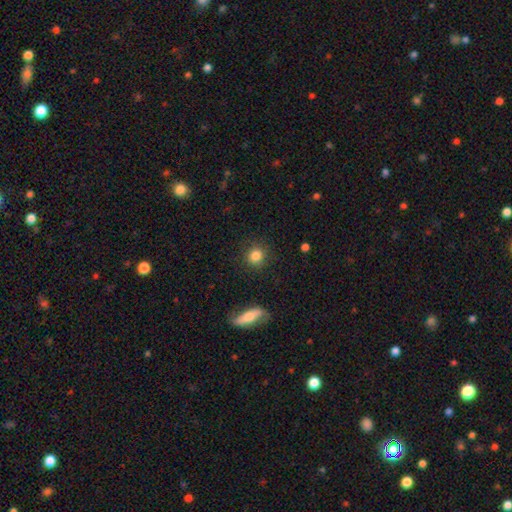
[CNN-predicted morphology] Smooth or featured: smooth — 84% (star or artifact — 10%)
How rounded: round — 86% (in between — 12%)
Merging: none — 87% (minor disturbance — 8%)